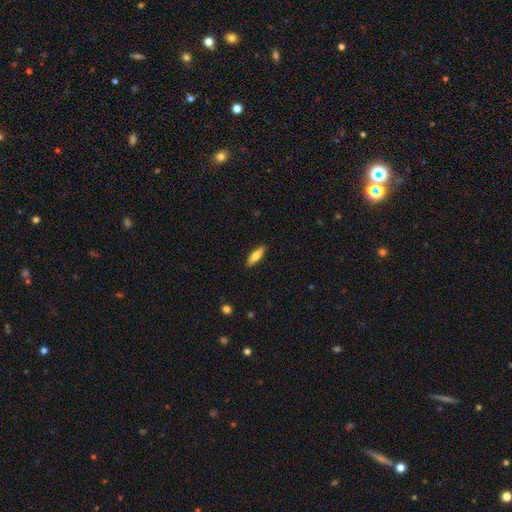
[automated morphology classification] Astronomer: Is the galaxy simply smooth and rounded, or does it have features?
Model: smooth — 67%.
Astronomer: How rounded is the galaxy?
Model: cigar-shaped — 54% (runner-up: in between, 44%).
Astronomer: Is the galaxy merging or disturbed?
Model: none — 89%.